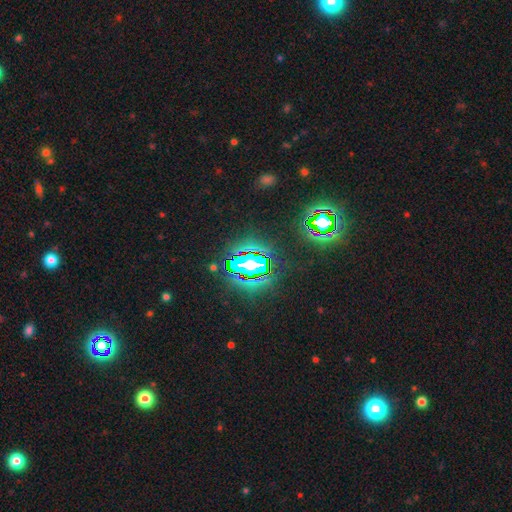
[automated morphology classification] smooth_or_featured: star or artifact (p=0.83) [alt: smooth p=0.10]